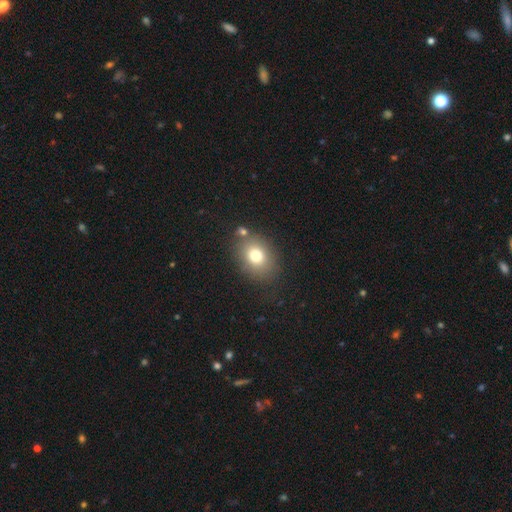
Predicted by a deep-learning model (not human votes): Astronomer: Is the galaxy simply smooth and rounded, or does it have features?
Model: smooth — 76%.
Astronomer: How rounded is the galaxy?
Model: in between — 60% (runner-up: round, 39%).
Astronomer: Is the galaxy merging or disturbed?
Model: none — 74%.